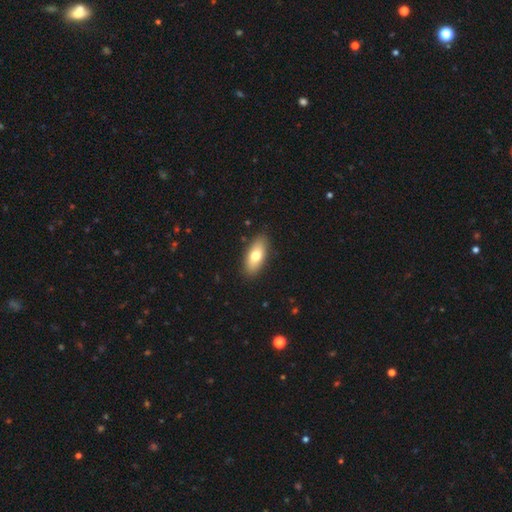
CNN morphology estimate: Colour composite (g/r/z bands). It shows a smooth galaxy with no disk features (71%) that is in between round and cigar-shaped (85%). Merging: none (88%).